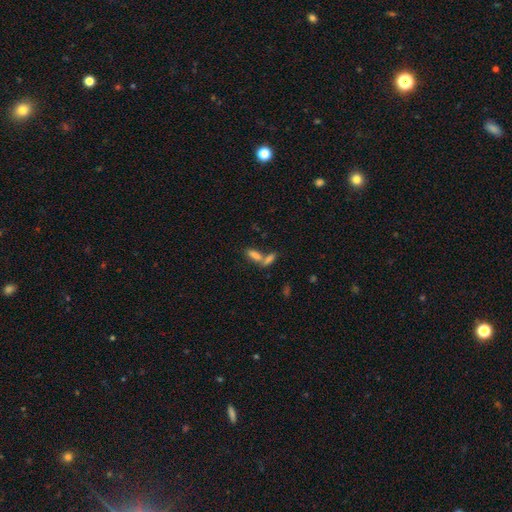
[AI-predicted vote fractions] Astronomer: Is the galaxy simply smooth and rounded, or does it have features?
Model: smooth — 76%.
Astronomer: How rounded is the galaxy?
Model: in between — 67%.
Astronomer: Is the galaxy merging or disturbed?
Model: merger — 54% (runner-up: none, 34%).